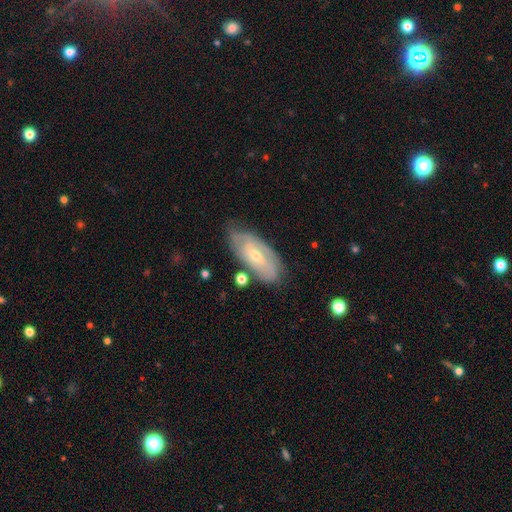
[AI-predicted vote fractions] The model was most divided on "bar": no: 51%, weak: 38%, strong: 11%. More confident: edge-on disk — no (89%); spiral arms — yes (80%); smooth or featured — featured or disk (68%); merging — none (68%); bulge size — small (56%).